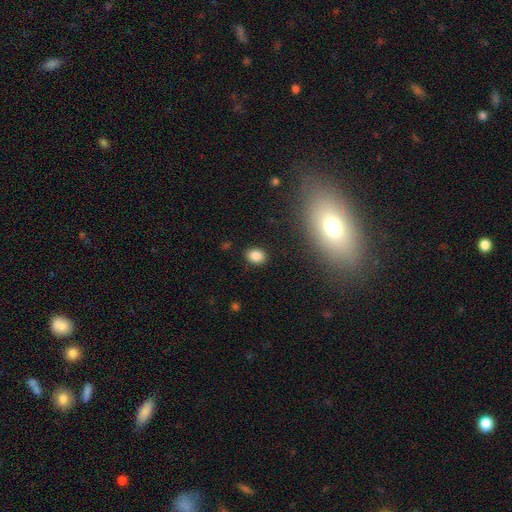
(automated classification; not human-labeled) Smooth or featured? smooth (85%)
How rounded? in between (68%)
Merging? none (87%)